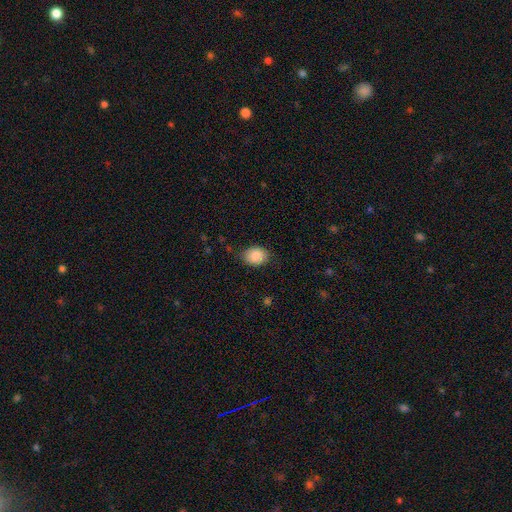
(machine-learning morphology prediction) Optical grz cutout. It shows a smooth galaxy with no disk features (88%) that is in between round and cigar-shaped (63%). Merging: none (81%).